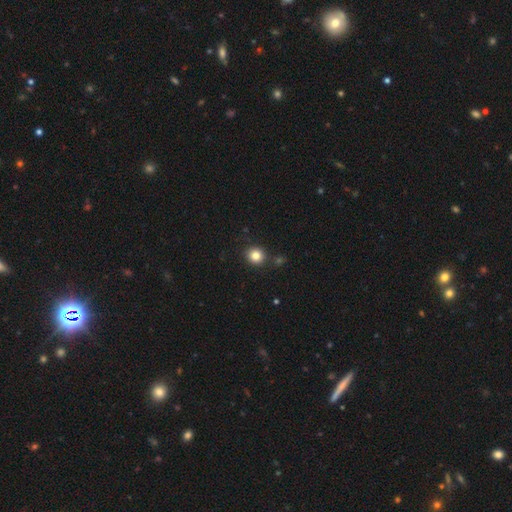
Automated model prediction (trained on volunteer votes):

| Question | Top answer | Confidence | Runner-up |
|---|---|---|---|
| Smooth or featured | smooth | 83% | star or artifact (12%) |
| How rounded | round | 89% | in between (10%) |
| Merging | none | 84% | minor disturbance (8%) |